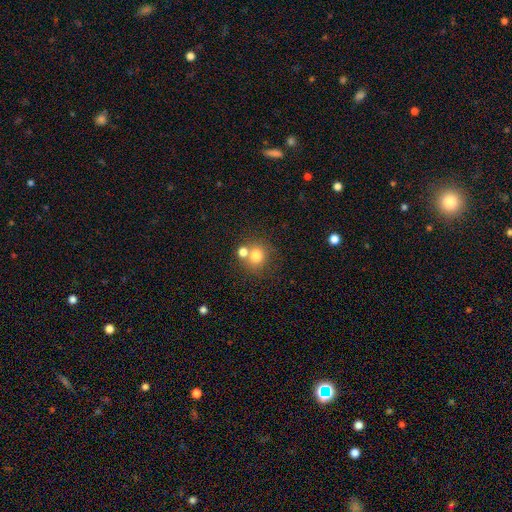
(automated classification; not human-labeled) Smooth or featured? Predicted: smooth (p=0.75). How rounded? Predicted: round (p=0.86). Merging? Predicted: none (p=0.57).